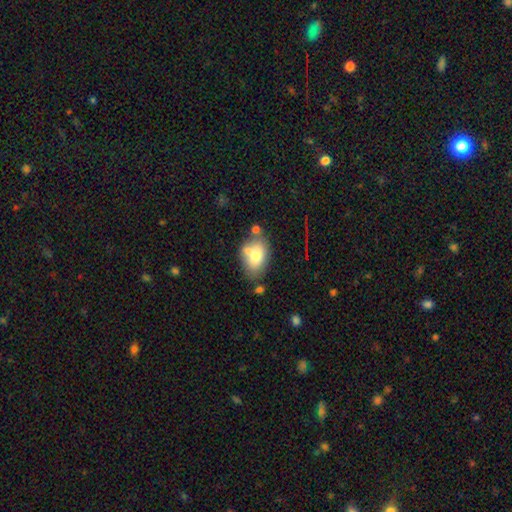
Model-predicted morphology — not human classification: Smooth or featured?
  - smooth: 72% *
  - featured or disk: 20%
  - star or artifact: 8%
How rounded?
  - in between: 81% *
  - round: 17%
  - cigar-shaped: 1%
Merging?
  - none: 51% *
  - minor disturbance: 22%
  - merger: 21%
  - major disturbance: 7%